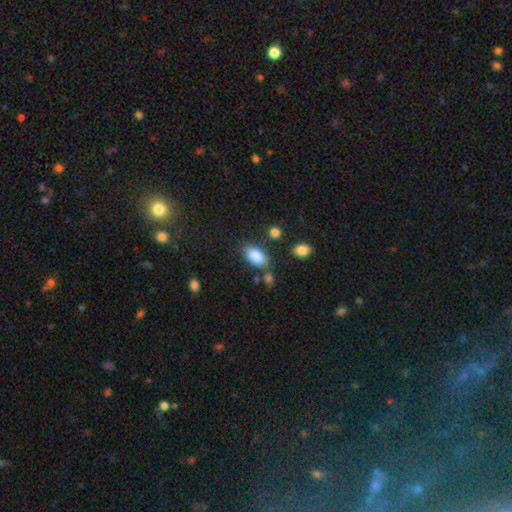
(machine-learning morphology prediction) A smooth galaxy with no disk features (86%) that is in between round and cigar-shaped (93%).

Vote fractions:
- Smooth or featured? smooth: 86% / star or artifact: 7% / featured or disk: 6%
- How rounded? in between: 93% / round: 5% / cigar-shaped: 2%
- Merging? none: 73% / minor disturbance: 15% / merger: 7% / major disturbance: 4%